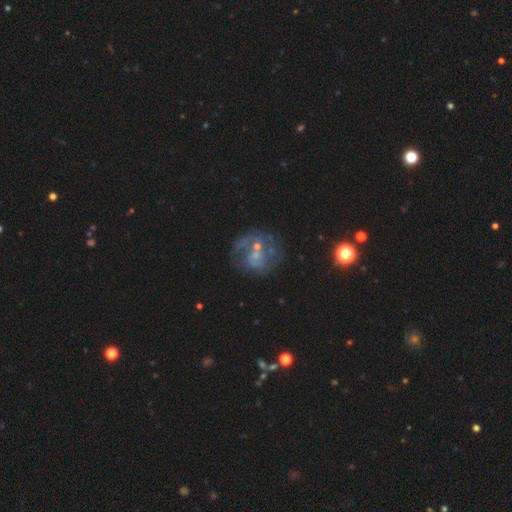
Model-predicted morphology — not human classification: A featured or disk galaxy (69%) with no bar (71%), spiral arms (66%) and a small central bulge (52%). Merging: none (45%).